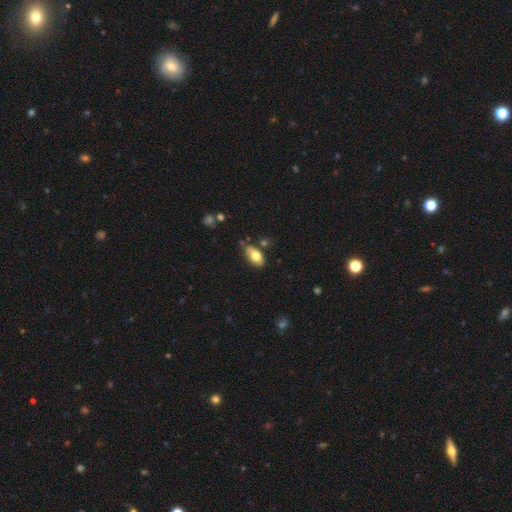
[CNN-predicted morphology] smooth-or-featured: smooth: 75% | featured or disk: 18% | star or artifact: 7%
  how-rounded: in between: 92% | round: 5% | cigar-shaped: 3%
  merging: none: 73% | minor disturbance: 17% | merger: 6% | major disturbance: 3%